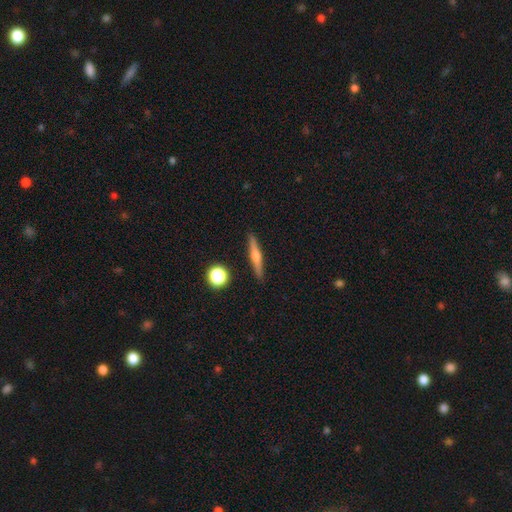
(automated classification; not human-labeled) This is likely a featured or disk galaxy (63%). It is clearly viewed edge-on (98%). Edge-on bulge: clearly rounded (86%). Merging: clearly none (91%).